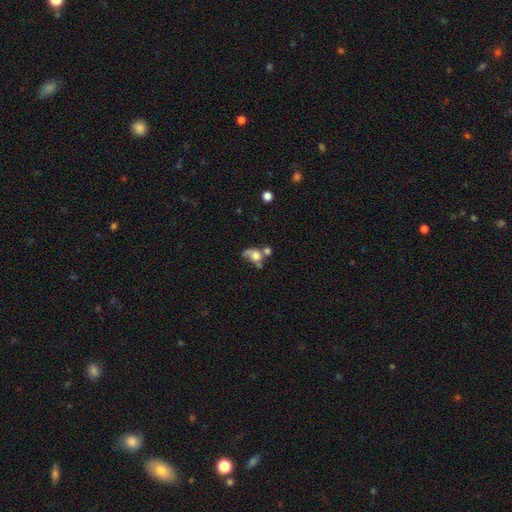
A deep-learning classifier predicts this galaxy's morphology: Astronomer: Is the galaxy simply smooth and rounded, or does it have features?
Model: smooth — 55% (runner-up: featured or disk, 33%).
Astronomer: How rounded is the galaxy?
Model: round — 49%, tied with in between at 49%.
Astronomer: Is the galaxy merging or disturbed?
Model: merger — 43% (runner-up: major disturbance, 23%).